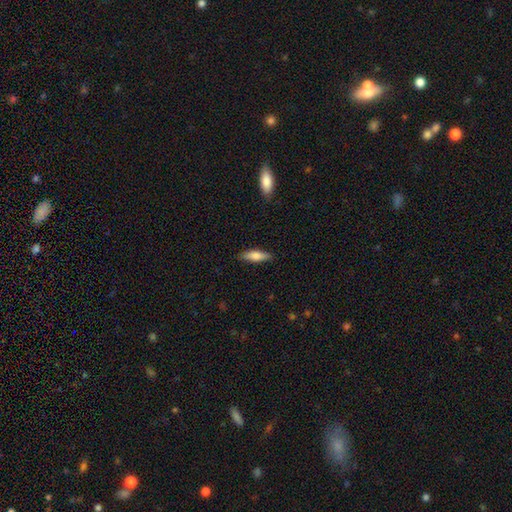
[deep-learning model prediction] Overall: smooth (74%). How rounded: cigar-shaped (58%; in between 41%). Merging: none (86%).